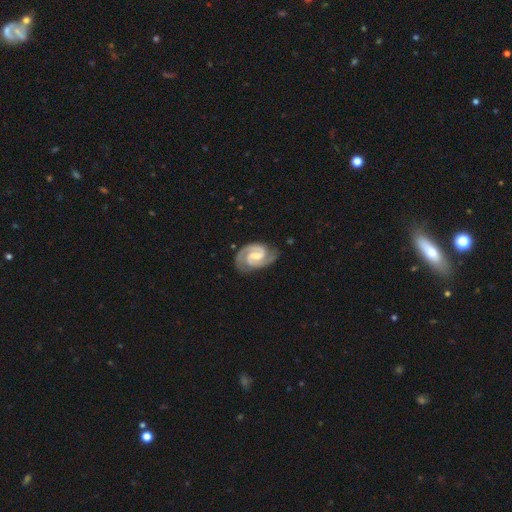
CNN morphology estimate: Q: Smooth or featured?
A: featured or disk (92%); runner-up: smooth (4%)
Q: Edge-on disk?
A: no (98%); runner-up: yes (2%)
Q: Bar?
A: weak (56%); runner-up: strong (23%)
Q: Spiral arms?
A: yes (98%); runner-up: no (2%)
Q: Spiral winding?
A: medium (51%); runner-up: tight (42%)
Q: Spiral arm count?
A: 2 (93%); runner-up: can't tell (2%)
Q: Bulge size?
A: moderate (44%); runner-up: small (38%)
Q: Merging?
A: none (81%); runner-up: minor disturbance (15%)